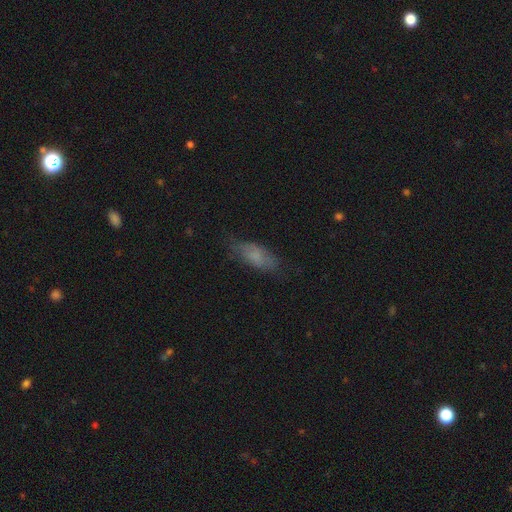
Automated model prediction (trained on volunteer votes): Overall: smooth (69%). How rounded: in between (71%). Merging: none (67%).